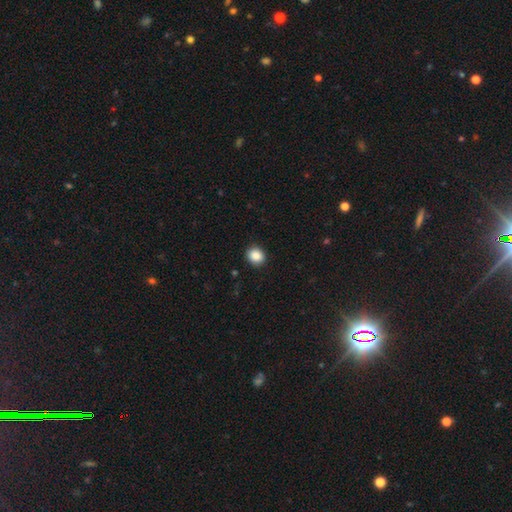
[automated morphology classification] Smooth or featured: smooth — 88% (star or artifact — 9%)
How rounded: round — 72% (in between — 27%)
Merging: none — 90% (minor disturbance — 7%)